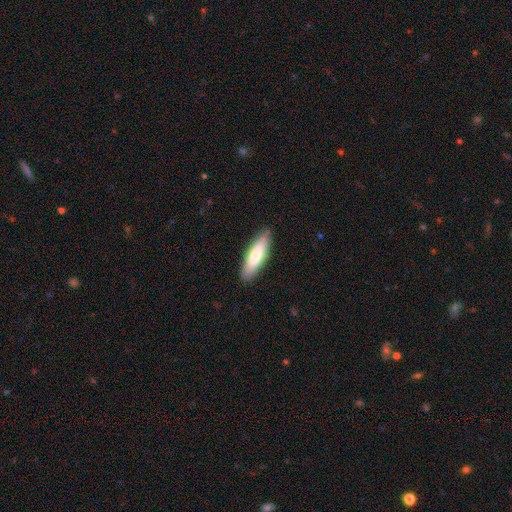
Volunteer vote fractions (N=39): A smooth galaxy with no disk features (69%) that is cigar-shaped (56%). Merging: none (82%).